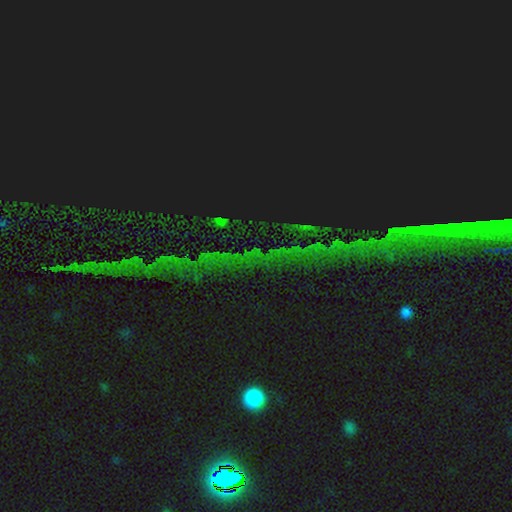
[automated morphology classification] smooth-or-featured: star or artifact: 86% | featured or disk: 7% | smooth: 7%